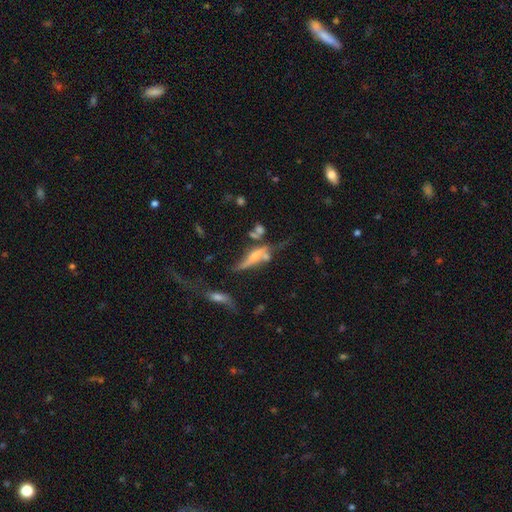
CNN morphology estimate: Smooth or featured? Predicted: featured or disk (p=0.64). Edge-on disk? Predicted: yes (p=0.69). Merging? Predicted: none (p=0.35).